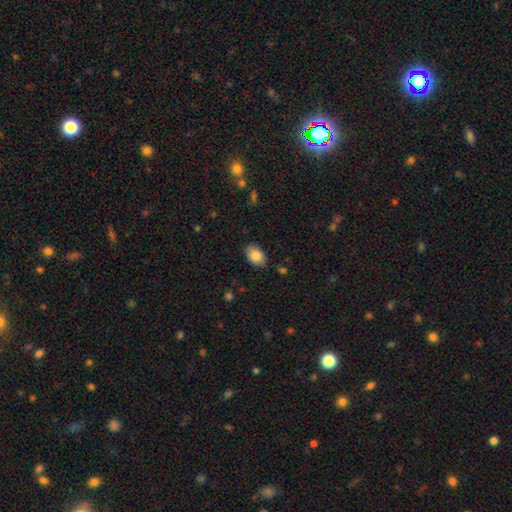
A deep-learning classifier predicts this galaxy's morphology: type=smooth (86%); roundness=in between (87%); merging=none (82%).